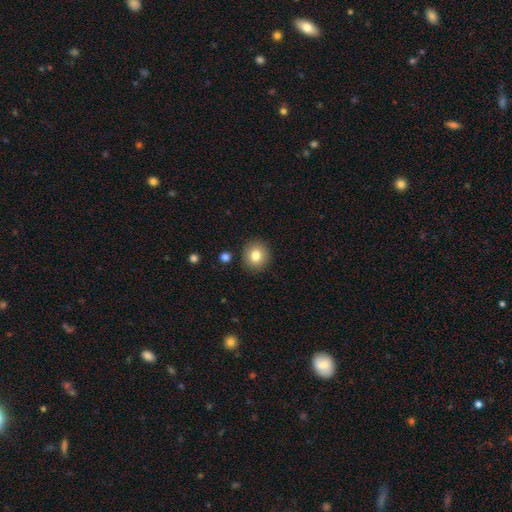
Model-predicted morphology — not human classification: A smooth galaxy with no disk features (81%) that is round (87%).

Vote fractions:
- Smooth or featured? smooth: 81% / star or artifact: 10% / featured or disk: 9%
- How rounded? round: 87% / in between: 12% / cigar-shaped: 1%
- Merging? none: 89% / minor disturbance: 7% / major disturbance: 2% / merger: 2%